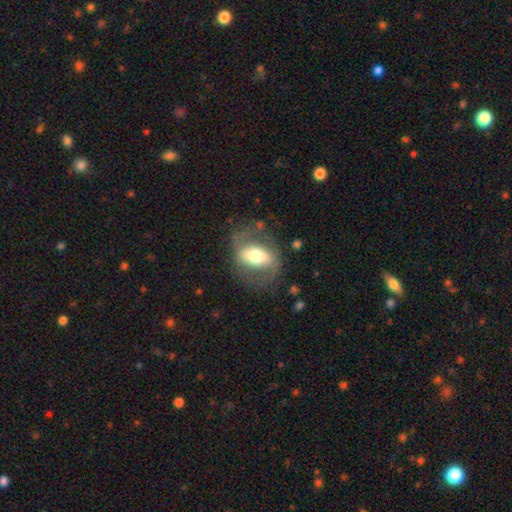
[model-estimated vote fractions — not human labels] Smooth or featured: featured or disk — 60% (smooth — 34%)
Edge-on disk: no — 89% (yes — 11%)
Bar: strong — 50% (weak — 27%)
Spiral arms: no — 53% (yes — 47%)
Bulge size: moderate — 60% (large — 23%)
Merging: none — 68% (minor disturbance — 16%)